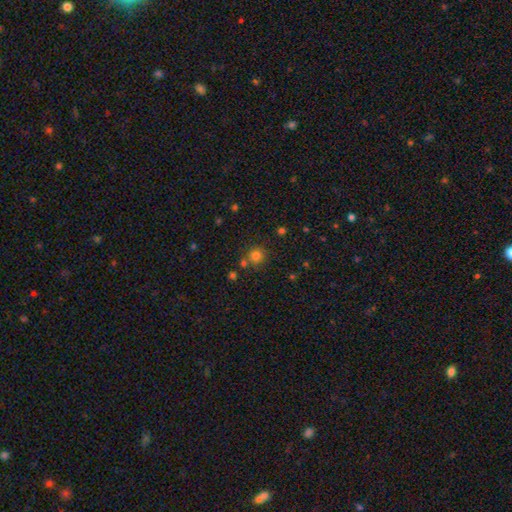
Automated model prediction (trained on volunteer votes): This appears to be a smooth galaxy with no disk features (78%) that is round (90%). Merging: none (73%).